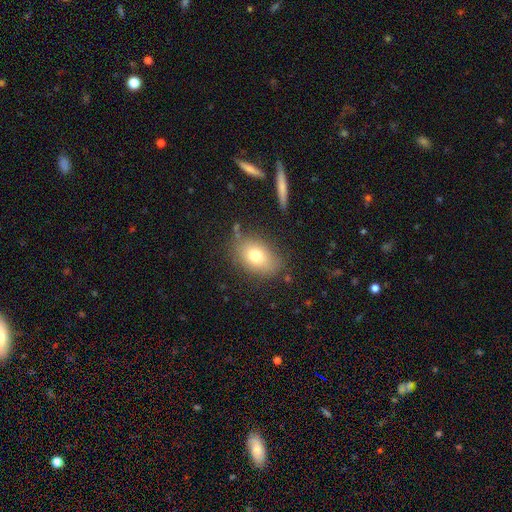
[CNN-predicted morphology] Overall: smooth (76%). How rounded: in between (78%). Merging: none (78%).